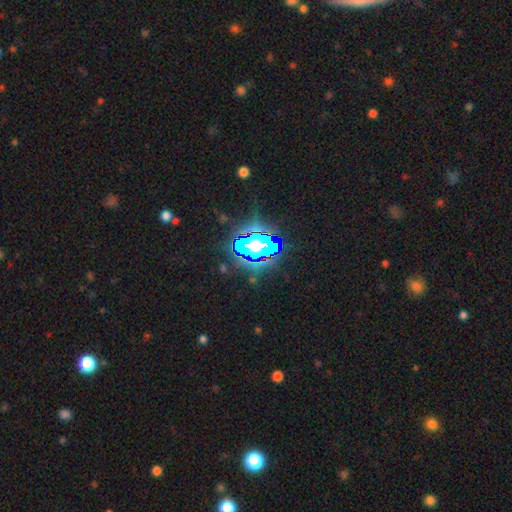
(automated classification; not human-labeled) star or artifact 68%, smooth 17%, featured or disk 15%.